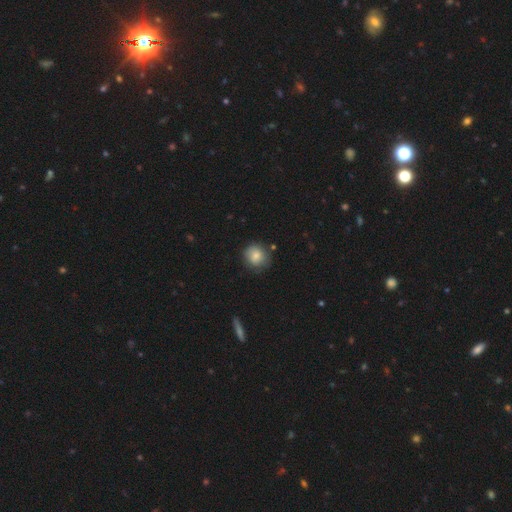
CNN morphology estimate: Smooth or featured? Predicted: smooth (p=0.82). How rounded? Predicted: round (p=0.86). Merging? Predicted: none (p=0.78).